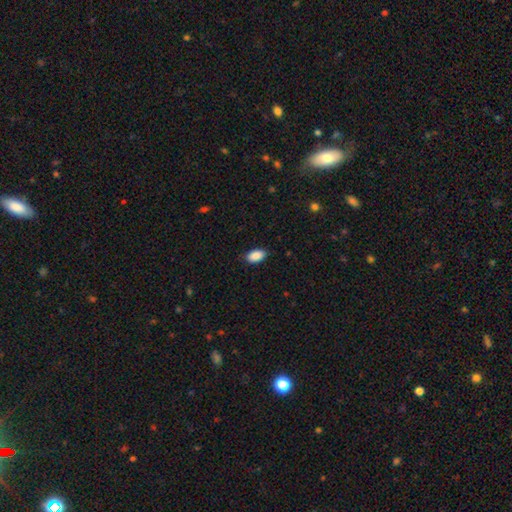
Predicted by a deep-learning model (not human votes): Smooth or featured? smooth (90%)
How rounded? in between (94%)
Merging? none (85%)